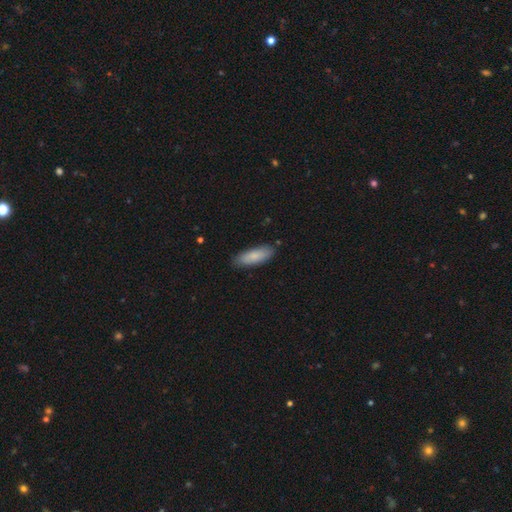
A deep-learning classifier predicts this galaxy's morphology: Smooth or featured: smooth — 83% (featured or disk — 11%)
How rounded: in between — 64% (cigar-shaped — 34%)
Merging: none — 84% (minor disturbance — 13%)